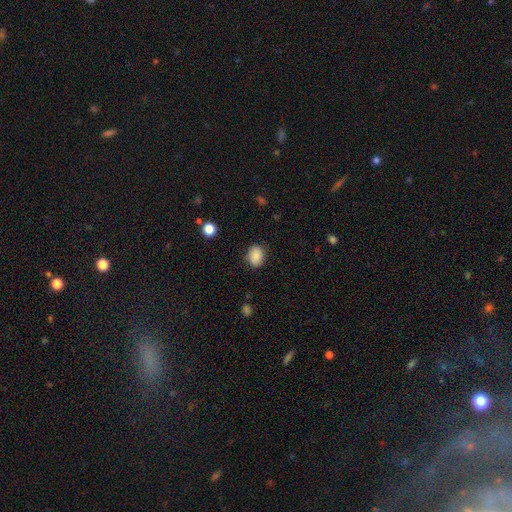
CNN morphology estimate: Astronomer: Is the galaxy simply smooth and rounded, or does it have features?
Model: smooth — 86%.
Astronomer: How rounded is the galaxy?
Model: in between — 51% (runner-up: round, 48%).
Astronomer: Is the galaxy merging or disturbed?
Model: none — 82%.